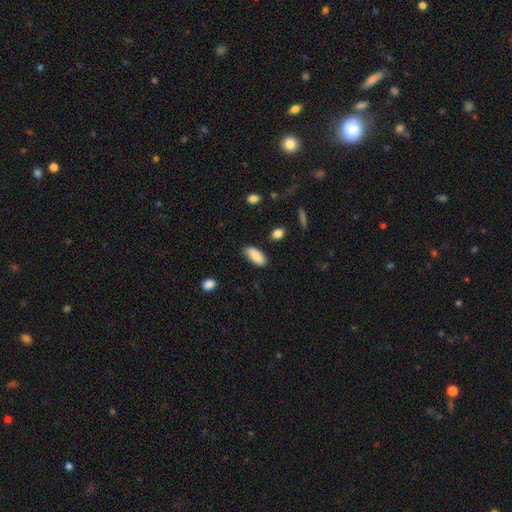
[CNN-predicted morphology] type=smooth (86%); roundness=in between (86%); merging=none (82%).